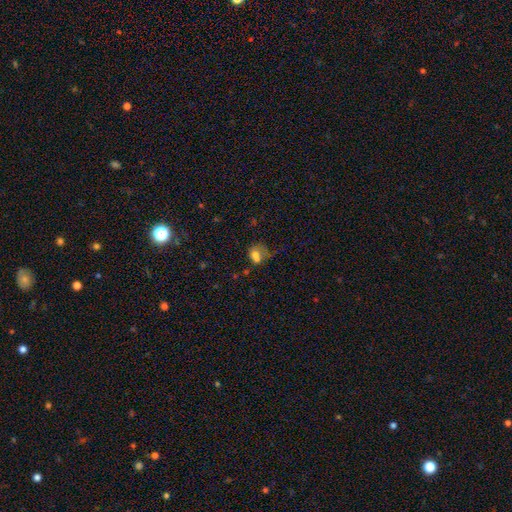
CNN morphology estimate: smooth_or_featured: smooth (p=0.64) [alt: featured or disk p=0.19]
how_rounded: in between (p=0.60) [alt: round p=0.39]
merging: major disturbance (p=0.32) [alt: none p=0.31]